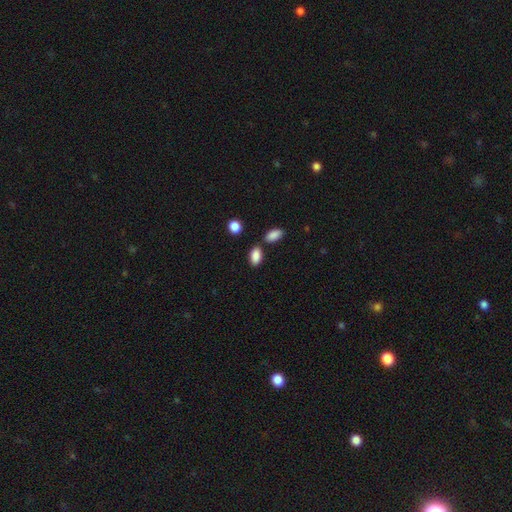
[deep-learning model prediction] Morphology: type=smooth (88%); roundness=in between (91%); merging=none (71%).